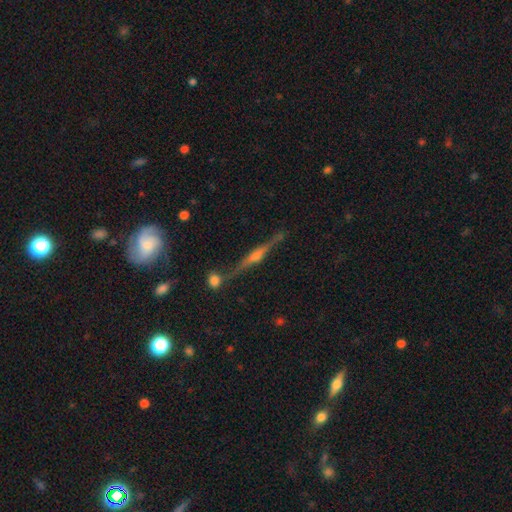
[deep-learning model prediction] Smooth or featured?
  - featured or disk: 80% *
  - smooth: 11%
  - star or artifact: 9%
Edge-on disk?
  - yes: 97% *
  - no: 3%
Edge-on bulge?
  - rounded: 73% *
  - boxy: 18%
  - none: 9%
Merging?
  - none: 81% *
  - minor disturbance: 11%
  - merger: 6%
  - major disturbance: 3%